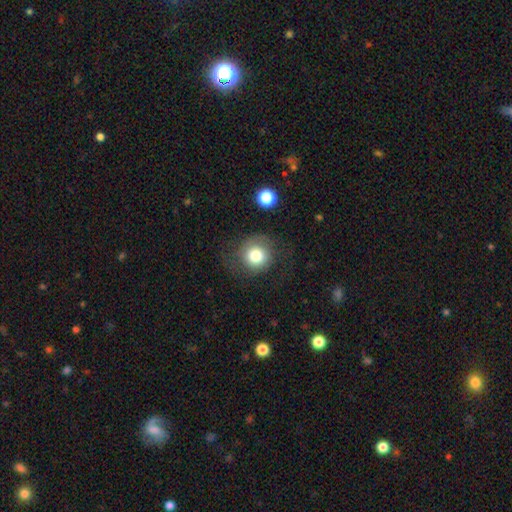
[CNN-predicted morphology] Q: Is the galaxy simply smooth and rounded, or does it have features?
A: smooth — 75%.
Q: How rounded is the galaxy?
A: round — 90%.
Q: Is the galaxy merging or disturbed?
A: none — 71%.